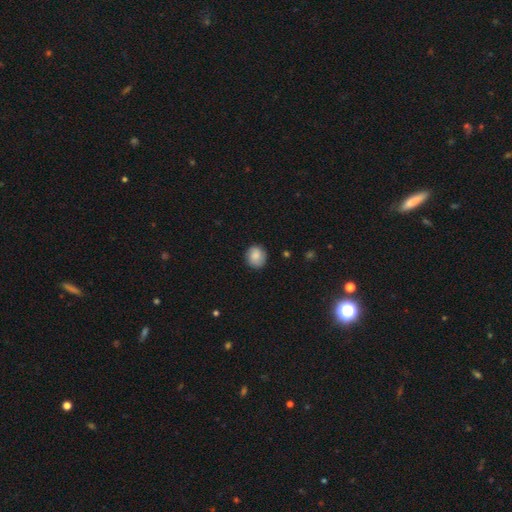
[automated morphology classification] smooth-or-featured: smooth: 85% | featured or disk: 8% | star or artifact: 7%
  how-rounded: round: 79% | in between: 20% | cigar-shaped: 1%
  merging: none: 85% | minor disturbance: 12% | major disturbance: 2% | merger: 1%